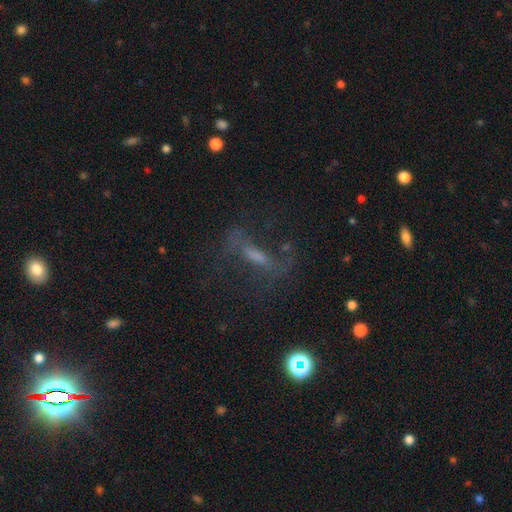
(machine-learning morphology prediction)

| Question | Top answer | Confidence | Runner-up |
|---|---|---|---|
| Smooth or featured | featured or disk | 53% | star or artifact (24%) |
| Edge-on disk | no | 78% | yes (22%) |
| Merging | none | 57% | major disturbance (23%) |